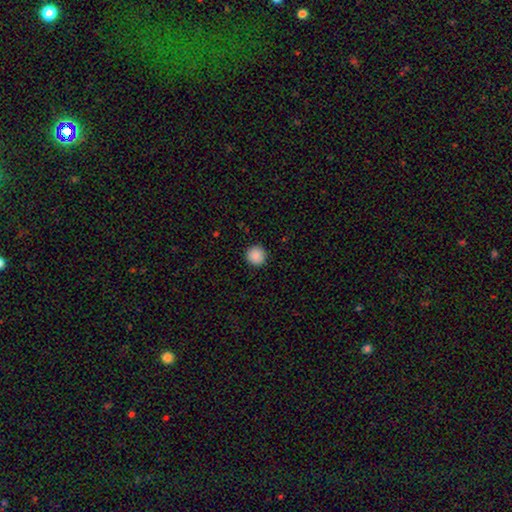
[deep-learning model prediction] Morphology: type=smooth (89%); roundness=round (95%); merging=none (92%).